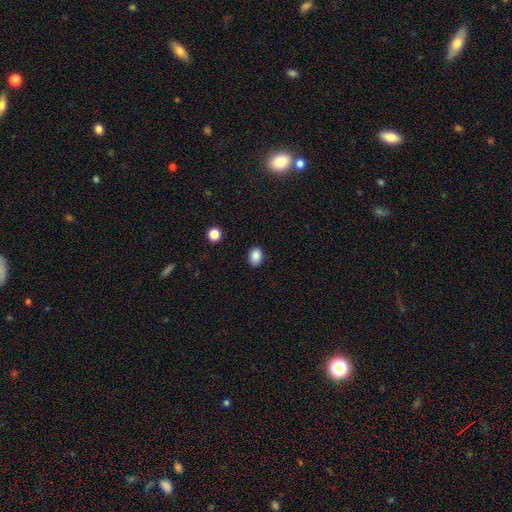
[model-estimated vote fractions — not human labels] This appears to be a smooth galaxy with no disk features (87%) that is in between round and cigar-shaped (73%). Merging: none (87%).